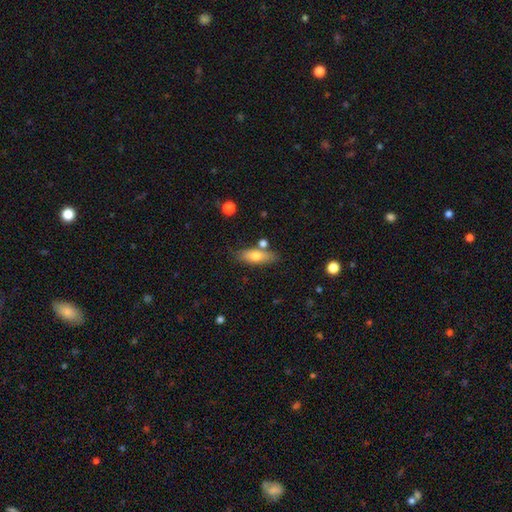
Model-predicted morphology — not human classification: A smooth galaxy with no disk features (69%) that is in between round and cigar-shaped (64%). Merging: none (72%).